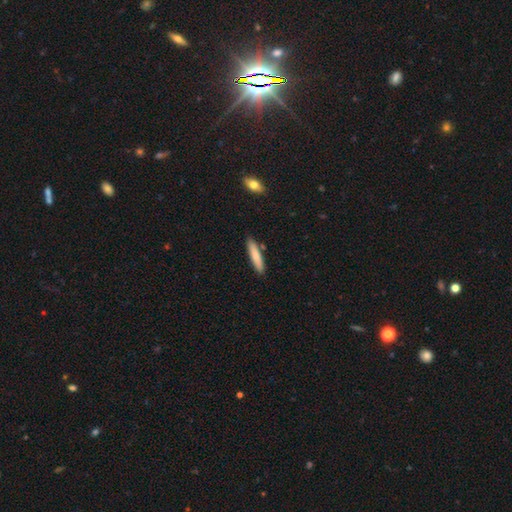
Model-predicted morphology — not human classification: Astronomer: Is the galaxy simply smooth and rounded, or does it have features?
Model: smooth — 79%.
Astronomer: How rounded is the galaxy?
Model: cigar-shaped — 87%.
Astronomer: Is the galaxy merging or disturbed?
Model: none — 86%.